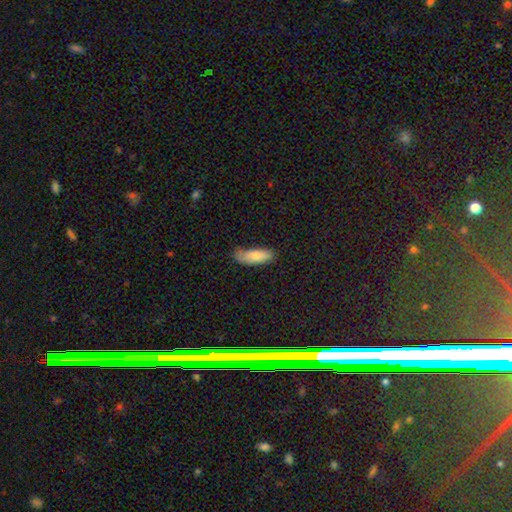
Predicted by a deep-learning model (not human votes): Smooth or featured? Predicted: smooth (p=0.79). How rounded? Predicted: in between (p=0.64). Merging? Predicted: none (p=0.69).